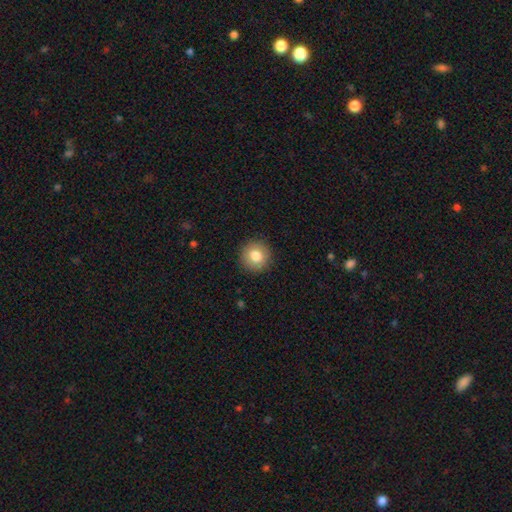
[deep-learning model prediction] A smooth galaxy with no disk features (82%) that is round (93%).

Vote fractions:
- Smooth or featured? smooth: 82% / featured or disk: 9% / star or artifact: 9%
- How rounded? round: 93% / in between: 6% / cigar-shaped: 1%
- Merging? none: 91% / minor disturbance: 6% / major disturbance: 2% / merger: 1%